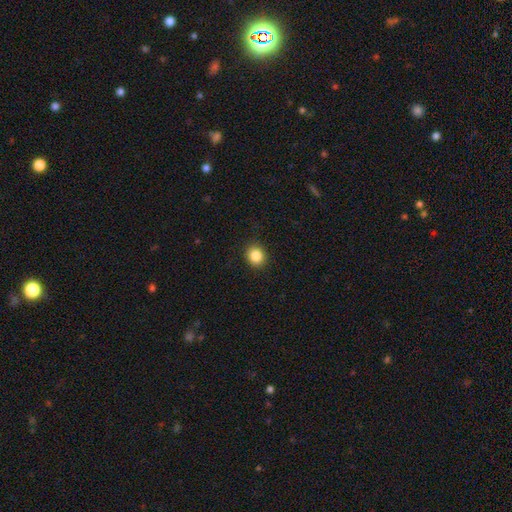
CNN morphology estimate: Overall: smooth (85%). How rounded: round (78%). Merging: none (90%).